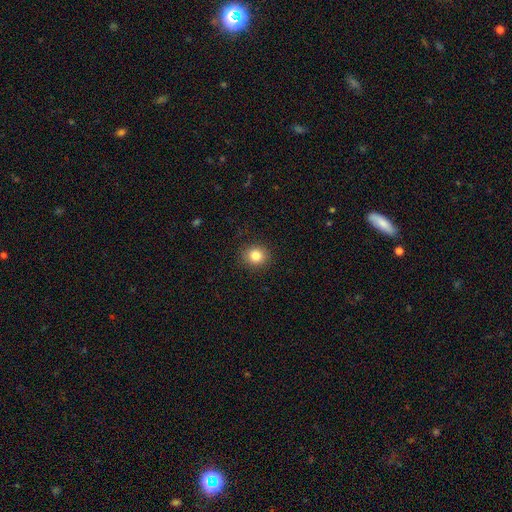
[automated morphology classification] Q: Smooth or featured?
A: smooth (83%); runner-up: star or artifact (10%)
Q: How rounded?
A: round (80%); runner-up: in between (19%)
Q: Merging?
A: none (90%); runner-up: minor disturbance (7%)